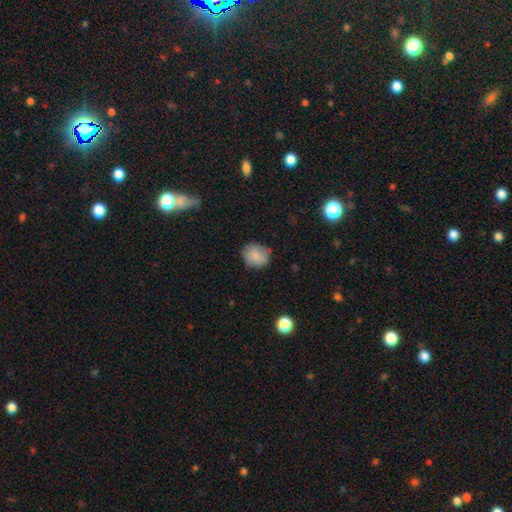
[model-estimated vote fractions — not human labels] Smooth or featured? smooth (85%)
How rounded? round (77%)
Merging? none (76%)